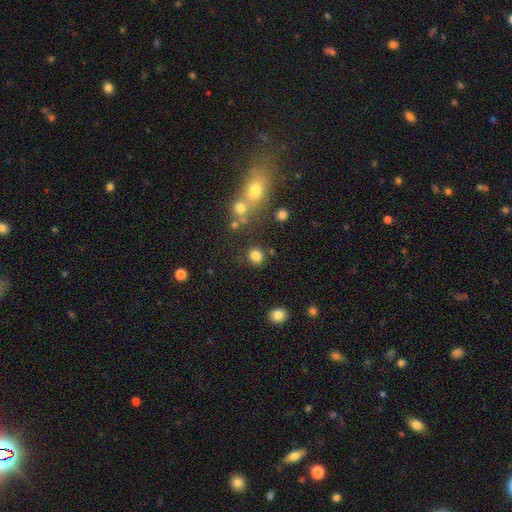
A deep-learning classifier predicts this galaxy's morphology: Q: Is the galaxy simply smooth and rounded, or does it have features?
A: smooth — 82%.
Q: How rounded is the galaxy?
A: round — 80%.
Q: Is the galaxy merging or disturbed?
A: none — 82%.